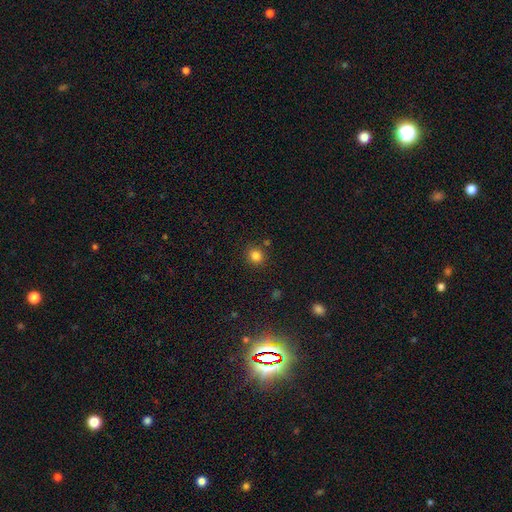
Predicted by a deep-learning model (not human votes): smooth 82%, star or artifact 13%, featured or disk 5%. Down the decision tree: how rounded — round (87%); merging — none (86%).